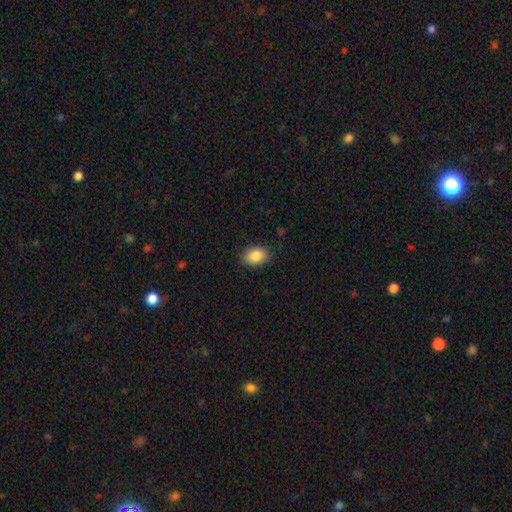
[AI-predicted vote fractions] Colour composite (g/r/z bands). It shows a smooth galaxy with no disk features (87%) that is in between round and cigar-shaped (79%). Merging: none (87%).